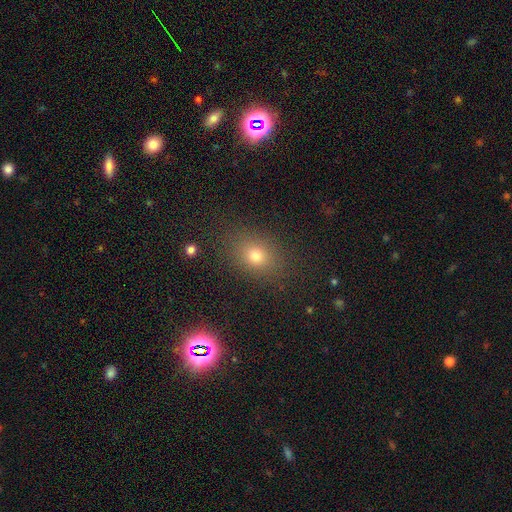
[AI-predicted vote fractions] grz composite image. It shows a smooth galaxy with no disk features (71%) that is in between round and cigar-shaped (56%). Merging: none (85%).